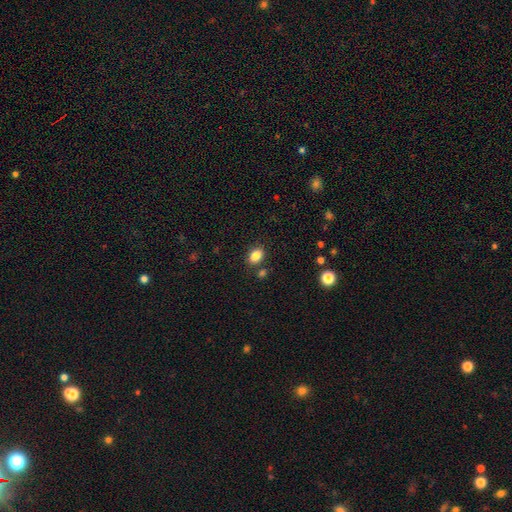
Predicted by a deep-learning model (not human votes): smooth-or-featured: smooth: 85% | star or artifact: 10% | featured or disk: 5%
  how-rounded: in between: 75% | round: 24% | cigar-shaped: 1%
  merging: none: 81% | minor disturbance: 10% | merger: 6% | major disturbance: 3%